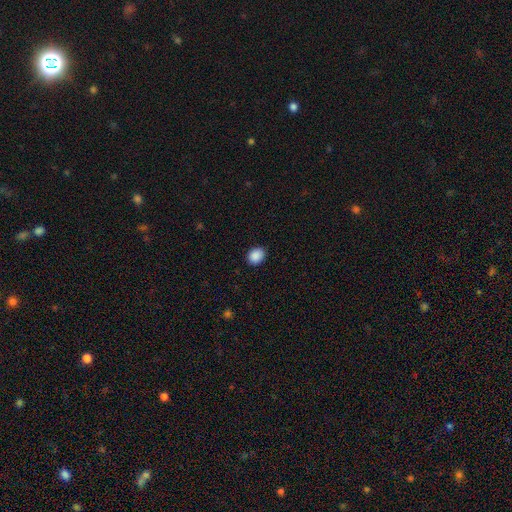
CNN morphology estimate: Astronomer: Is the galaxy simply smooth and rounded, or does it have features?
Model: smooth — 90%.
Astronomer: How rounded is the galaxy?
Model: in between — 51% (runner-up: round, 48%).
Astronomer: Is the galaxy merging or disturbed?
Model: none — 89%.